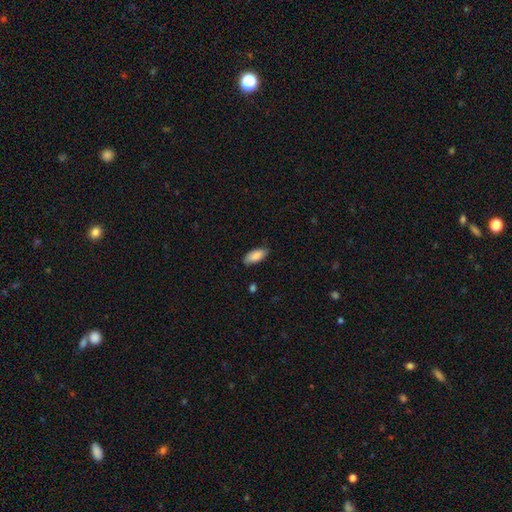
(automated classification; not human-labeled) A smooth galaxy with no disk features (87%) that is in between round and cigar-shaped (88%). Merging: none (81%).